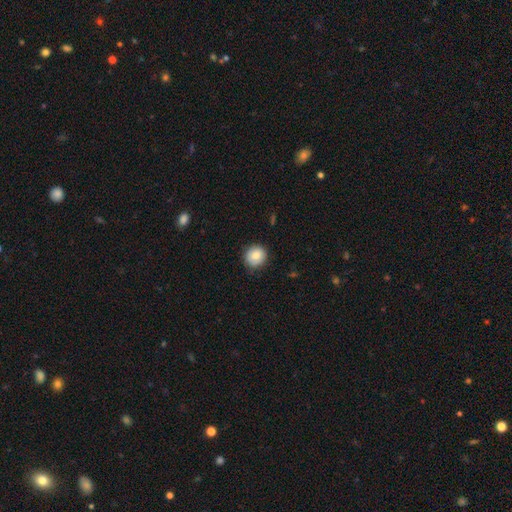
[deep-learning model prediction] smooth-or-featured: smooth: 80% | featured or disk: 12% | star or artifact: 8%
  how-rounded: round: 89% | in between: 10% | cigar-shaped: 1%
  merging: none: 84% | minor disturbance: 12% | major disturbance: 2% | merger: 1%